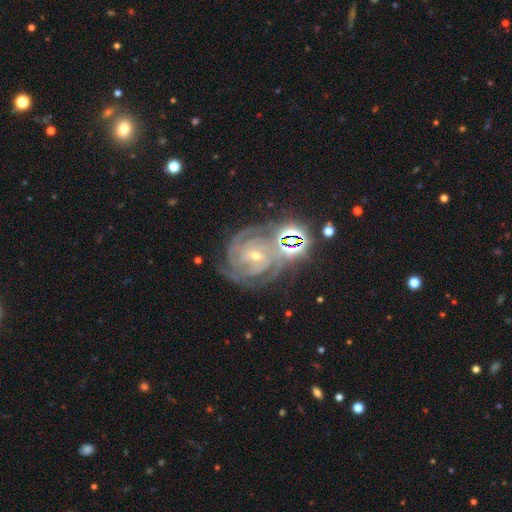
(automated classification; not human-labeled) Q: Smooth or featured?
A: featured or disk (88%); runner-up: star or artifact (8%)
Q: Edge-on disk?
A: no (98%); runner-up: yes (2%)
Q: Bar?
A: no (56%); runner-up: weak (28%)
Q: Spiral arms?
A: yes (98%); runner-up: no (2%)
Q: Spiral winding?
A: tight (78%); runner-up: medium (19%)
Q: Spiral arm count?
A: 3 (30%); runner-up: 4 (28%)
Q: Bulge size?
A: small (74%); runner-up: moderate (23%)
Q: Merging?
A: none (69%); runner-up: minor disturbance (17%)